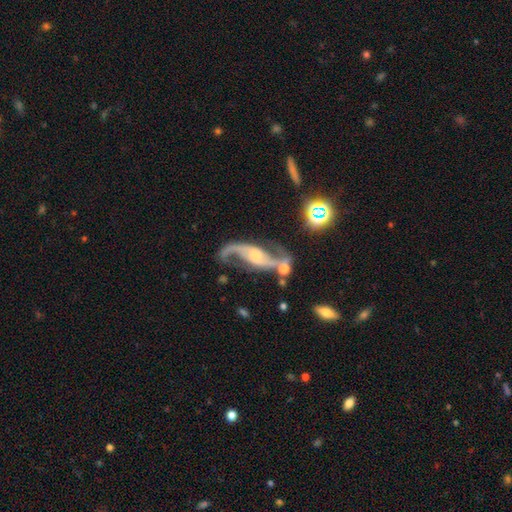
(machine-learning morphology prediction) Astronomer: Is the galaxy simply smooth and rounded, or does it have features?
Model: featured or disk — 89%.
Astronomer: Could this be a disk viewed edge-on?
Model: no — 93%.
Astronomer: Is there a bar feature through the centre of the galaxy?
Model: no — 46% (runner-up: weak, 37%).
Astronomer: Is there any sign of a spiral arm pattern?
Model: yes — 97%.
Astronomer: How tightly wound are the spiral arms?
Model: loose — 69%.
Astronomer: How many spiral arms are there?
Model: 2 — 91%.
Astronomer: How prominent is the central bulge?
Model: moderate — 50% (runner-up: small, 33%).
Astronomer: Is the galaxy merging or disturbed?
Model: none — 57%.